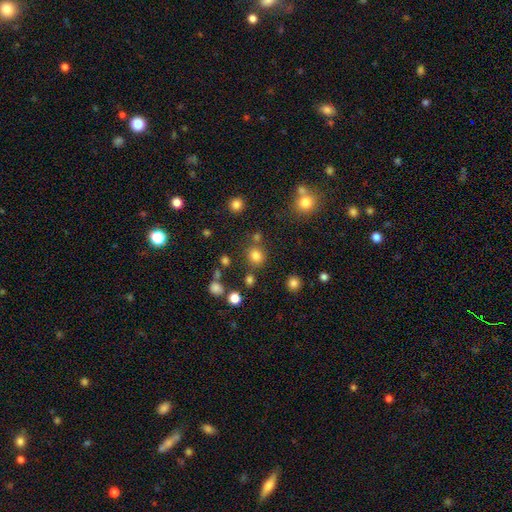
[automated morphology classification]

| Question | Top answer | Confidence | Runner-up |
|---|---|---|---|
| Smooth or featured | smooth | 79% | star or artifact (16%) |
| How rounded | round | 86% | in between (13%) |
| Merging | none | 76% | merger (11%) |